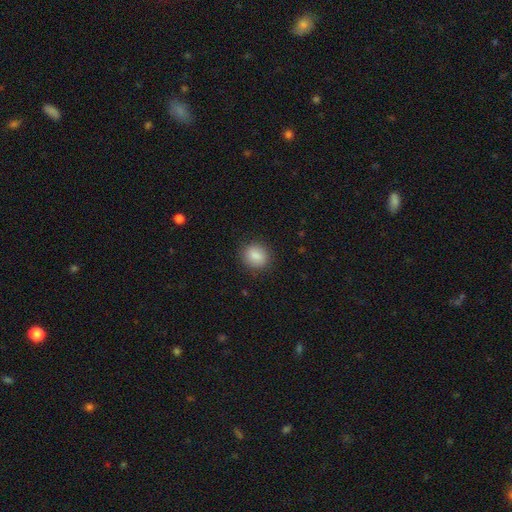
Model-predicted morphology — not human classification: Smooth or featured: smooth — 87% (star or artifact — 8%)
How rounded: round — 72% (in between — 27%)
Merging: none — 88% (minor disturbance — 8%)